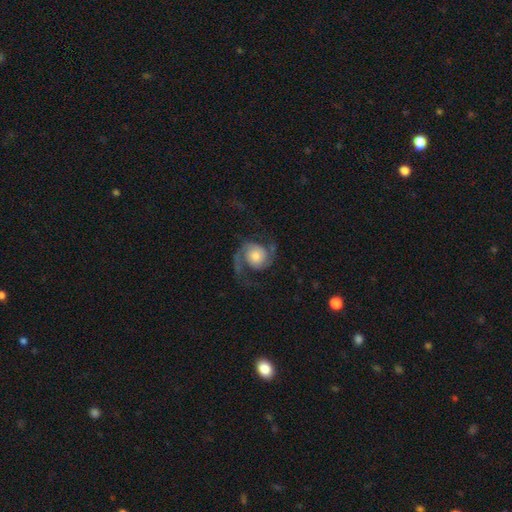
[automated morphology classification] Smooth or featured: featured or disk — 86% (smooth — 9%)
Edge-on disk: no — 98% (yes — 2%)
Bar: no — 72% (weak — 22%)
Spiral arms: yes — 97% (no — 3%)
Spiral winding: medium — 48% (loose — 36%)
Spiral arm count: 2 — 91% (1 — 3%)
Bulge size: moderate — 48% (small — 27%)
Merging: none — 70% (major disturbance — 15%)